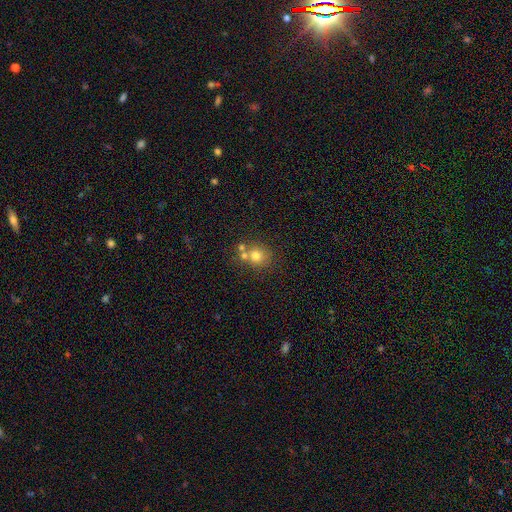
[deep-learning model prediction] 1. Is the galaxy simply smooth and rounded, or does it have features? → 73% smooth, 14% featured or disk, 13% star or artifact.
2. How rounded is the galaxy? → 84% round, 15% in between, 1% cigar-shaped.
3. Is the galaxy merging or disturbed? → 54% none, 33% merger, 9% minor disturbance, 4% major disturbance.